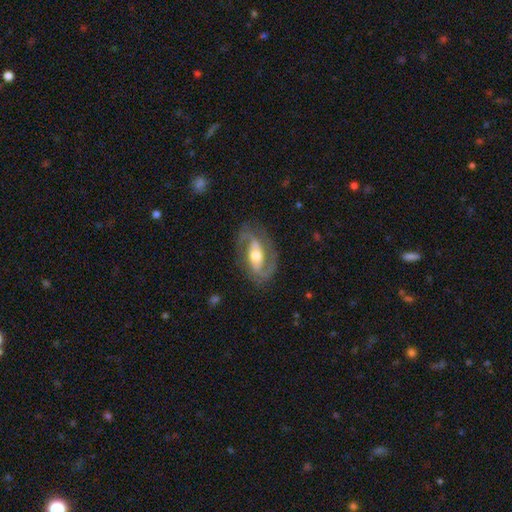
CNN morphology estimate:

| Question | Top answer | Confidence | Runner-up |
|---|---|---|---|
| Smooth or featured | featured or disk | 86% | smooth (9%) |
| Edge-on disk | no | 95% | yes (5%) |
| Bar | strong | 35% | weak (34%) |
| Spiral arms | yes | 94% | no (6%) |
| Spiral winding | medium | 53% | tight (24%) |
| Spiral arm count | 2 | 91% | can't tell (4%) |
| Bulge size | moderate | 70% | small (16%) |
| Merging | none | 79% | minor disturbance (14%) |